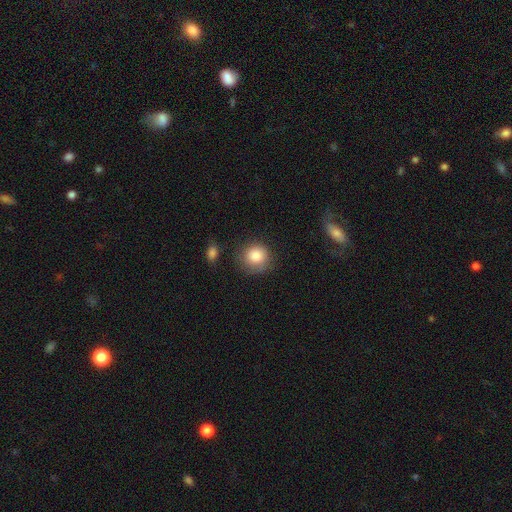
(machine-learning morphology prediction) A smooth galaxy with no disk features (85%) that is round (88%). Merging: none (75%).